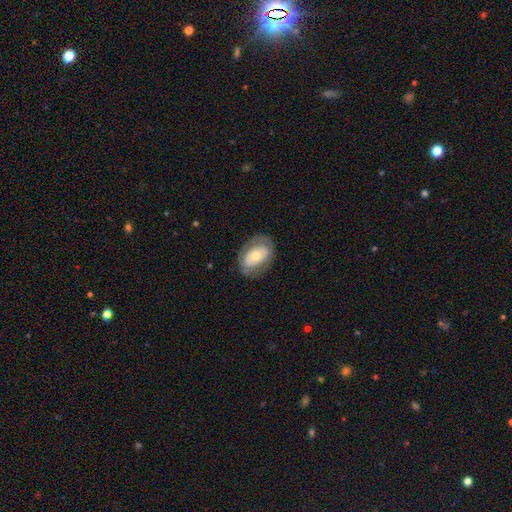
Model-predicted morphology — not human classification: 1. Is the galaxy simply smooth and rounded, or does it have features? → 50% smooth, 44% featured or disk, 6% star or artifact.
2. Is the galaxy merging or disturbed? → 71% none, 19% minor disturbance, 9% major disturbance, 1% merger.